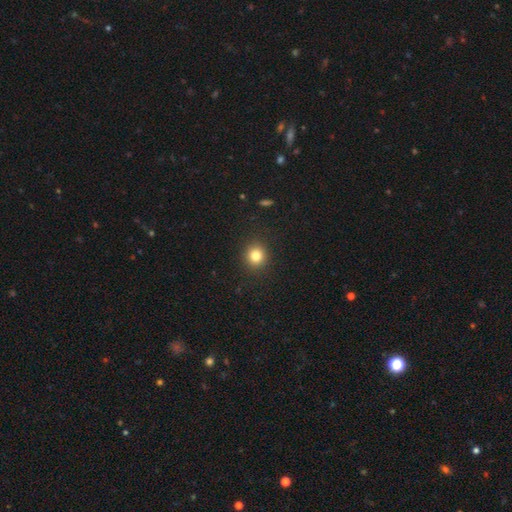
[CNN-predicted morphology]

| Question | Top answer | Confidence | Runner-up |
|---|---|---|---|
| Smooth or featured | smooth | 82% | star or artifact (12%) |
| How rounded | round | 89% | in between (10%) |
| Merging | none | 91% | minor disturbance (6%) |